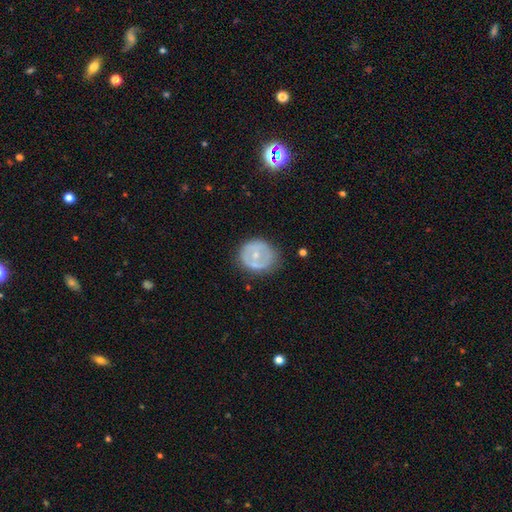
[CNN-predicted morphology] Smooth or featured? Predicted: featured or disk (p=0.48). Merging? Predicted: none (p=0.73).